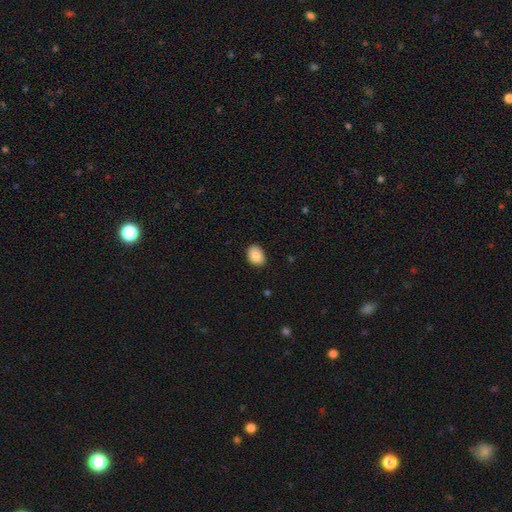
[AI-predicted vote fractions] Smooth or featured? smooth (87%)
How rounded? in between (71%)
Merging? none (86%)